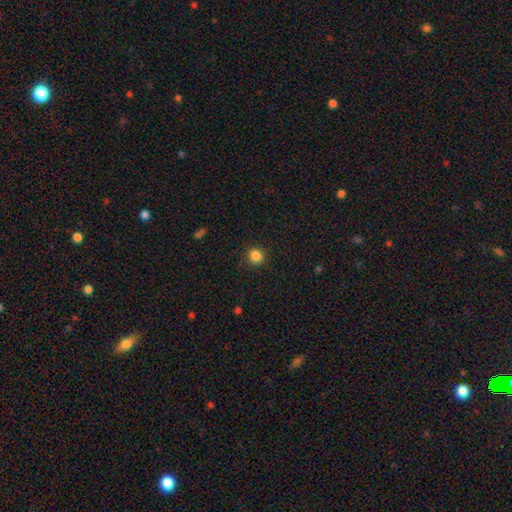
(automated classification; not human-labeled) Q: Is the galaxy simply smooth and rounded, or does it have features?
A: smooth — 85%.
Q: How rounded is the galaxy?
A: round — 93%.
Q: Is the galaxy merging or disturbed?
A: none — 90%.